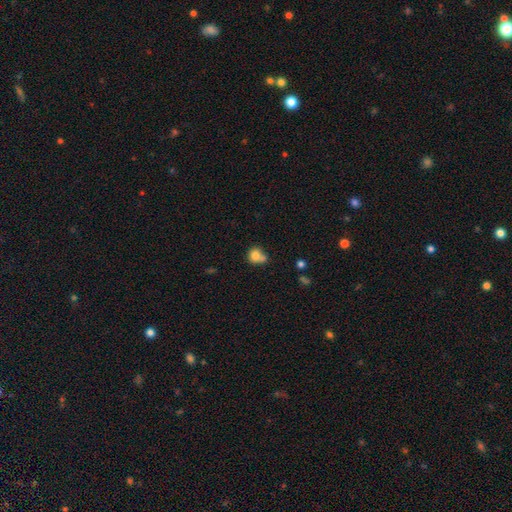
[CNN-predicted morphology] Smooth or featured: smooth — 79% (featured or disk — 11%)
How rounded: round — 80% (in between — 19%)
Merging: none — 43% (merger — 38%)